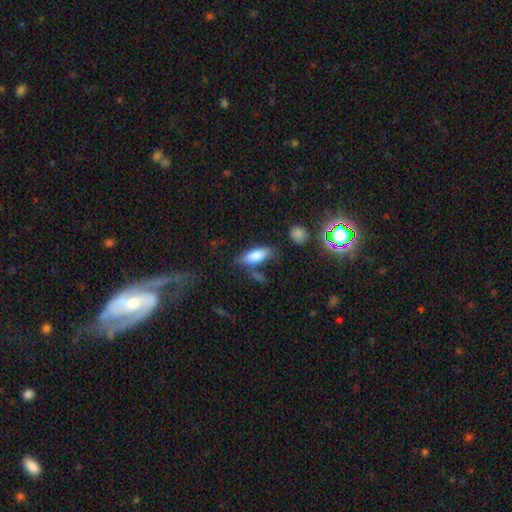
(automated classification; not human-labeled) Overall: smooth (79%). How rounded: in between (67%; cigar-shaped 31%). Merging: none (63%).